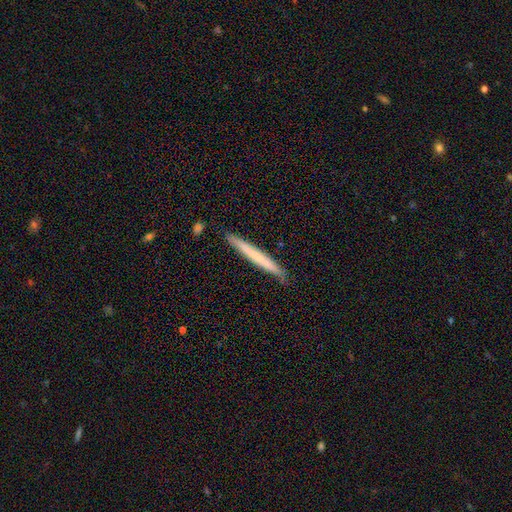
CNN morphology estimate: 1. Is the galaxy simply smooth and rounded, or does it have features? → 56% smooth, 38% featured or disk, 6% star or artifact.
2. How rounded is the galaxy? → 97% cigar-shaped, 2% in between, 1% round.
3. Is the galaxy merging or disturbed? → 89% none, 8% minor disturbance, 1% major disturbance, 1% merger.